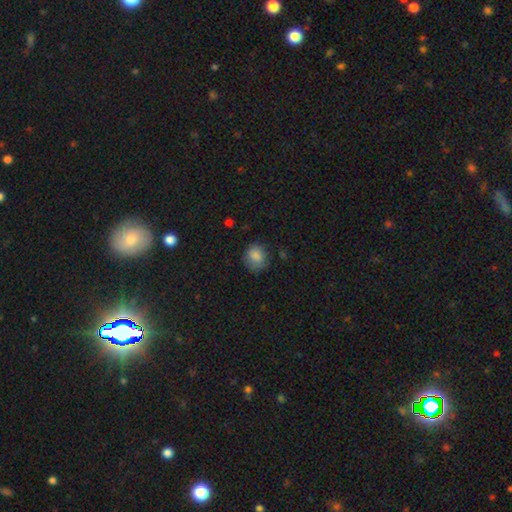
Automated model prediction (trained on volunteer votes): Q: Smooth or featured?
A: smooth (85%); runner-up: star or artifact (9%)
Q: How rounded?
A: round (72%); runner-up: in between (27%)
Q: Merging?
A: none (71%); runner-up: minor disturbance (22%)